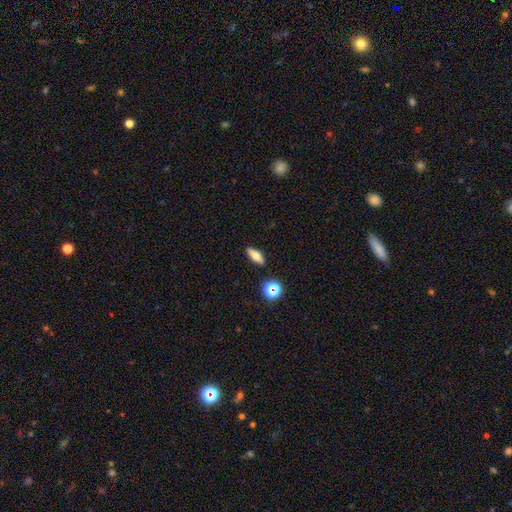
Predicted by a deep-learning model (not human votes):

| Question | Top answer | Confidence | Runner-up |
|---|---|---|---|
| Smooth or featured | smooth | 57% | featured or disk (32%) |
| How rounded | in between | 58% | cigar-shaped (34%) |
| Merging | none | 88% | minor disturbance (7%) |